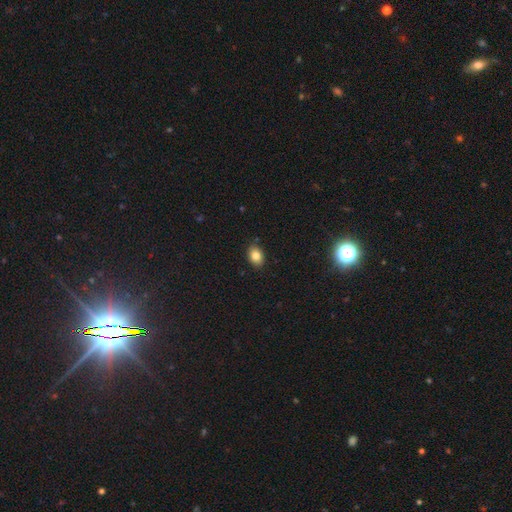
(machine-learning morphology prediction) A smooth galaxy with no disk features (84%) that is in between round and cigar-shaped (78%). Merging: none (87%).